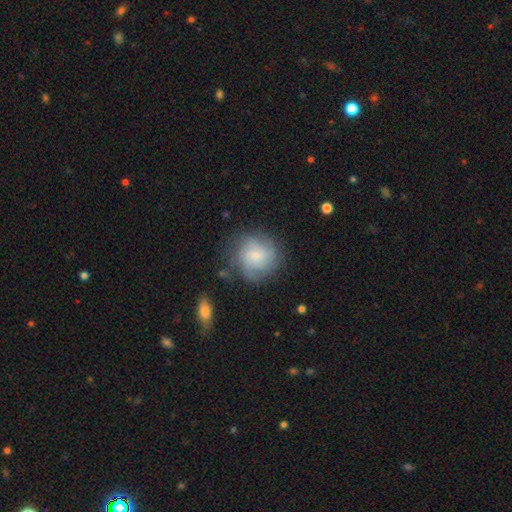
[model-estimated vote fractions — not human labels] The model was most divided on "smooth or featured": featured or disk: 50%, smooth: 41%, star or artifact: 9%. More confident: edge-on disk — no (98%); merging — none (68%).